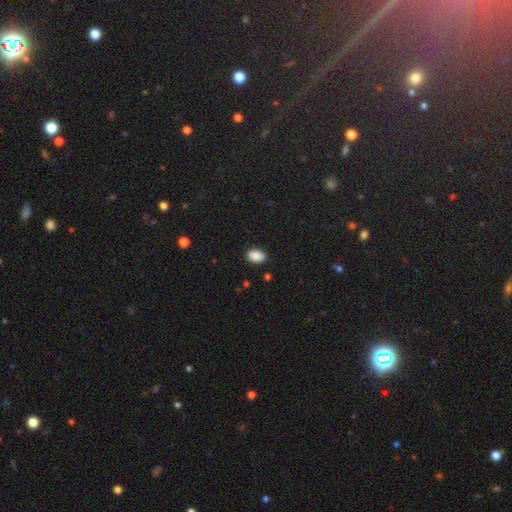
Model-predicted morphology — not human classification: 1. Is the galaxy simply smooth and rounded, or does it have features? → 89% smooth, 8% star or artifact, 3% featured or disk.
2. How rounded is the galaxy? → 86% in between, 13% round, 1% cigar-shaped.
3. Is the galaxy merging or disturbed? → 88% none, 9% minor disturbance, 2% major disturbance, 1% merger.